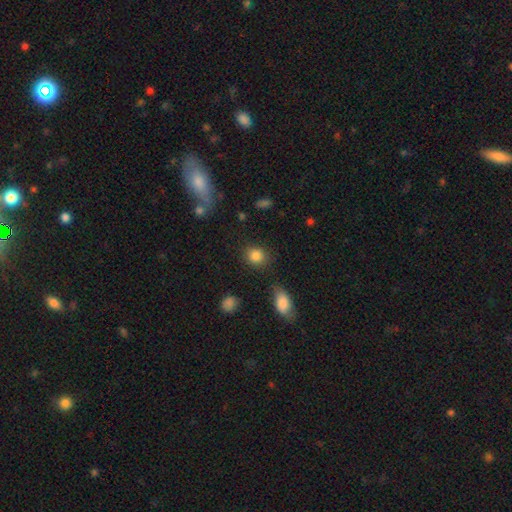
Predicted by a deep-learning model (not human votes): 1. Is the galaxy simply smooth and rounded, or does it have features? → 86% smooth, 10% star or artifact, 5% featured or disk.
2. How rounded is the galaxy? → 75% round, 23% in between, 1% cigar-shaped.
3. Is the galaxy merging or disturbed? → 81% none, 11% minor disturbance, 4% merger, 4% major disturbance.